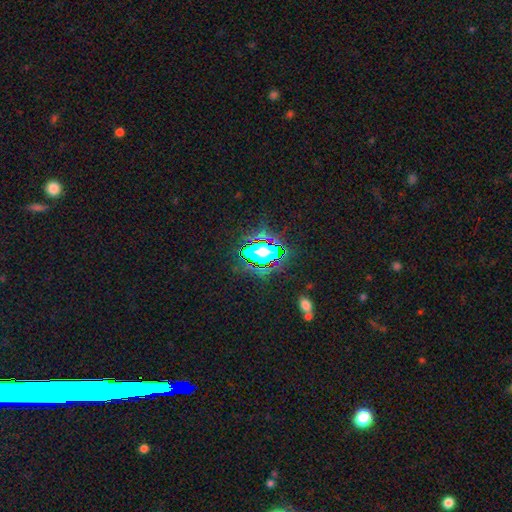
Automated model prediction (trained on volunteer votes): smooth-or-featured: star or artifact: 71% | smooth: 17% | featured or disk: 12%